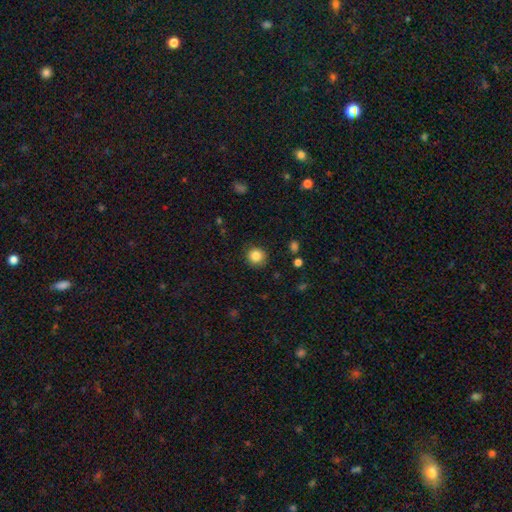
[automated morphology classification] The model was most divided on "smooth or featured": smooth: 85%, star or artifact: 11%, featured or disk: 4%. More confident: how rounded — round (91%); merging — none (87%).